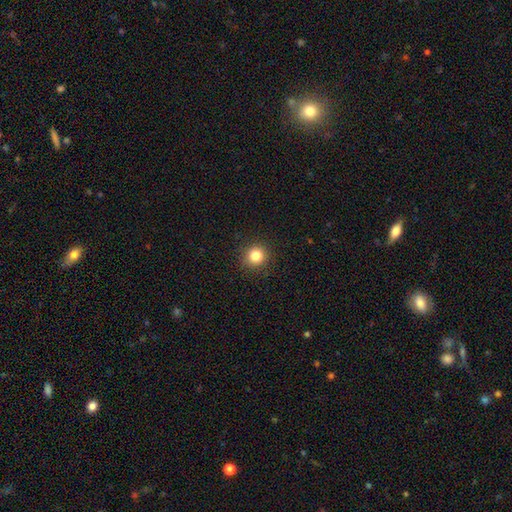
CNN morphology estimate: smooth 83%, star or artifact 12%, featured or disk 5%. Down the decision tree: how rounded — round (92%); merging — none (92%).